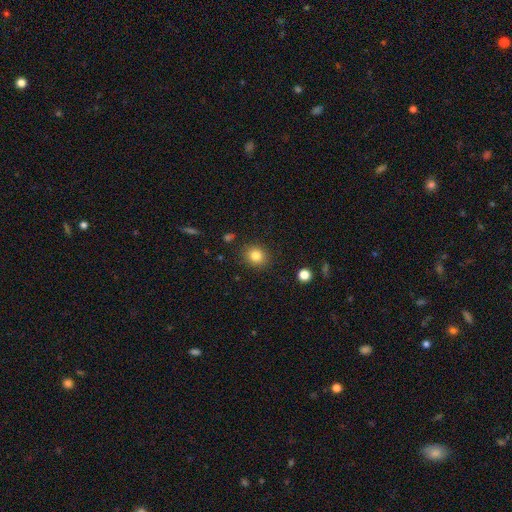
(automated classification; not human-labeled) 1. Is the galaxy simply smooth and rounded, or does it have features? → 82% smooth, 11% star or artifact, 7% featured or disk.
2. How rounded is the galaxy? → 78% round, 21% in between, 1% cigar-shaped.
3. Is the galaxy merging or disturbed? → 89% none, 7% minor disturbance, 2% major disturbance, 1% merger.